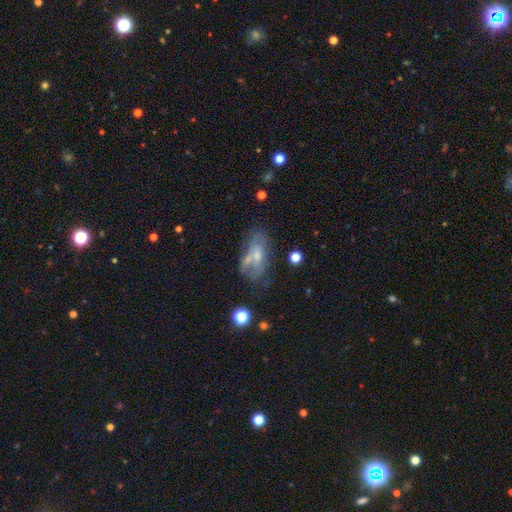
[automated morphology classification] Smooth or featured?
  - smooth: 47% *
  - featured or disk: 43%
  - star or artifact: 10%
Merging?
  - none: 37% *
  - minor disturbance: 23%
  - merger: 20%
  - major disturbance: 20%